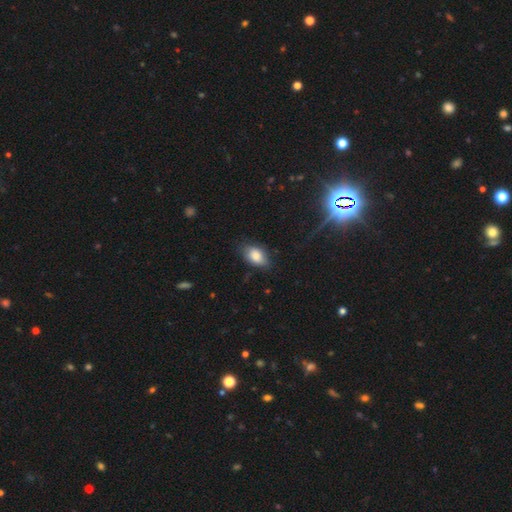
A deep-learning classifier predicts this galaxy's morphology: This is likely a smooth galaxy (80%). How rounded: clearly in between (90%). Merging: likely none (70%).